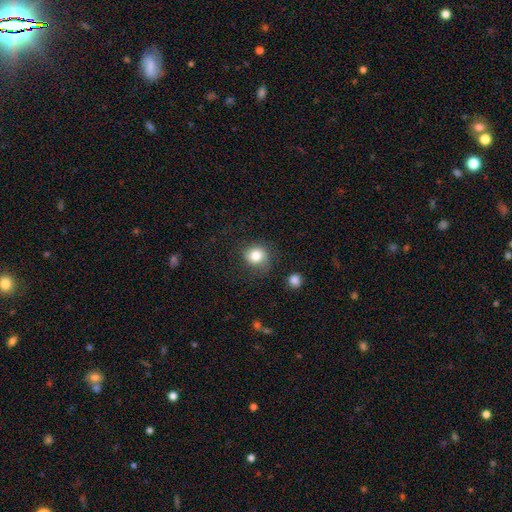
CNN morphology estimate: Smooth or featured: smooth — 81% (star or artifact — 11%)
How rounded: round — 82% (in between — 17%)
Merging: none — 69% (minor disturbance — 21%)